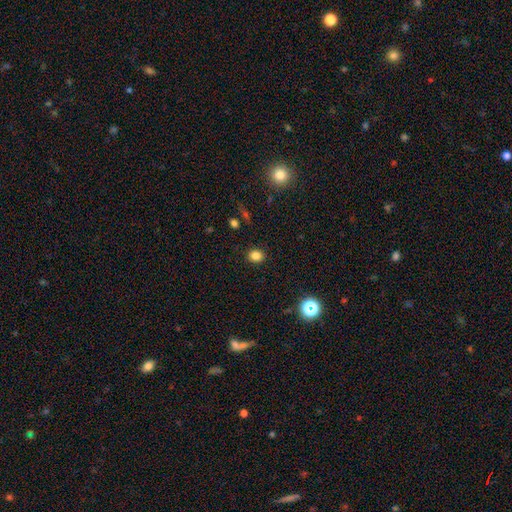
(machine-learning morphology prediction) This appears to be a smooth galaxy with no disk features (83%) that is round (63%). Merging: none (89%).